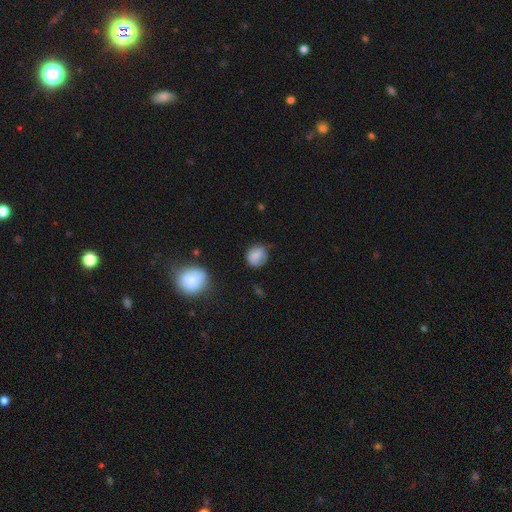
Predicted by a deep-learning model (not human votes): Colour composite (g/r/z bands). It shows a smooth galaxy with no disk features (81%) that is round (70%). Merging: none (65%).